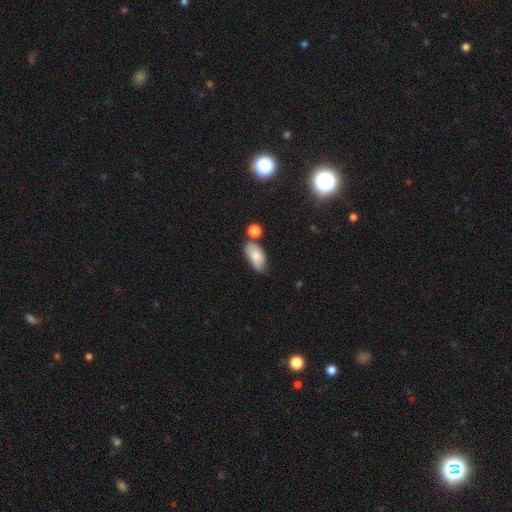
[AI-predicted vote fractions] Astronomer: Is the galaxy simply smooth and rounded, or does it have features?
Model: smooth — 73%.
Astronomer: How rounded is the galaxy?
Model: in between — 92%.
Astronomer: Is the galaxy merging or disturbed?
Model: none — 48% (runner-up: minor disturbance, 30%).